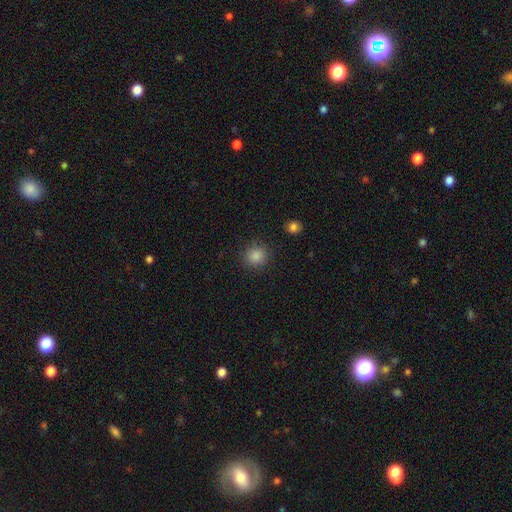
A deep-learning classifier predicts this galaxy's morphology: This is clearly a smooth galaxy (85%). How rounded: clearly round (91%). Merging: clearly none (89%).